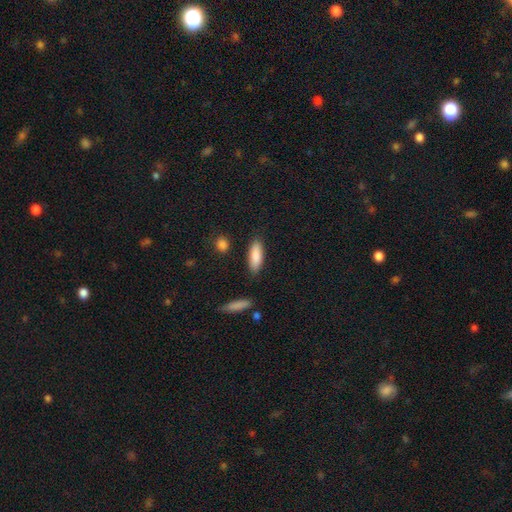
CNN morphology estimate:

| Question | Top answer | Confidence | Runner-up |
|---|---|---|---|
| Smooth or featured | smooth | 86% | featured or disk (7%) |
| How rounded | in between | 62% | cigar-shaped (36%) |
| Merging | none | 83% | minor disturbance (11%) |